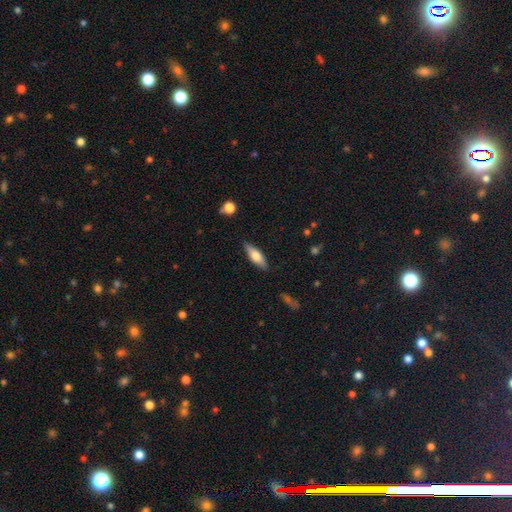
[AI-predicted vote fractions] Smooth or featured: smooth — 61% (featured or disk — 33%)
How rounded: in between — 55% (cigar-shaped — 43%)
Merging: none — 85% (minor disturbance — 11%)